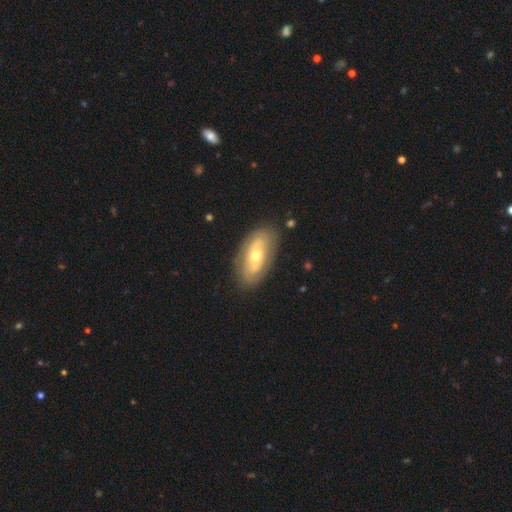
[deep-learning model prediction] Smooth or featured? Predicted: featured or disk (p=0.58). Edge-on disk? Predicted: no (p=0.87). Bar? Predicted: no (p=0.56). Spiral arms? Predicted: yes (p=0.50, tied with no). Bulge size? Predicted: moderate (p=0.63). Merging? Predicted: none (p=0.81).